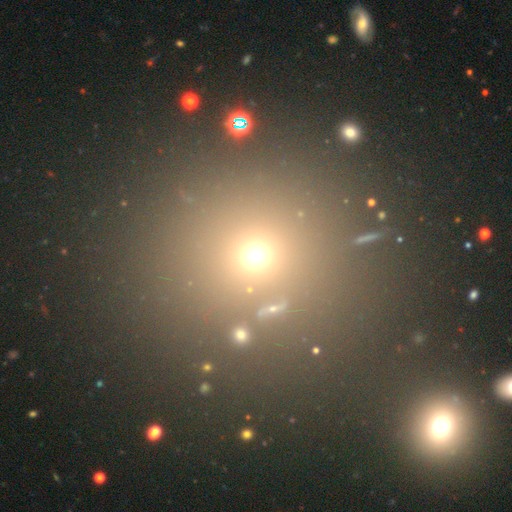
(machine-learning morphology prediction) Overall: smooth (60%; star or artifact 32%). How rounded: round (86%). Merging: none (80%).